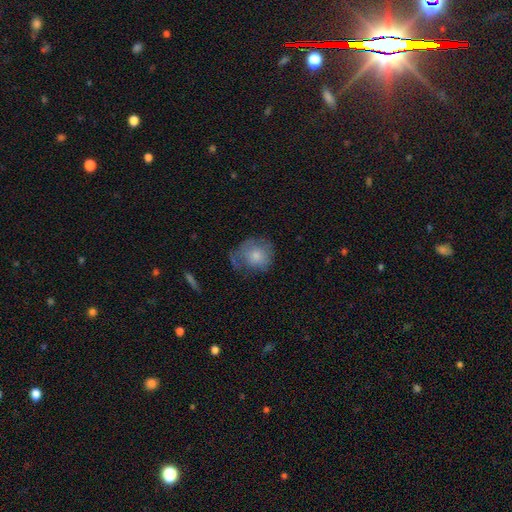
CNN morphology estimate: Smooth or featured?
  - smooth: 72% *
  - featured or disk: 20%
  - star or artifact: 8%
How rounded?
  - round: 74% *
  - in between: 24%
  - cigar-shaped: 1%
Merging?
  - none: 44% *
  - minor disturbance: 32%
  - major disturbance: 20%
  - merger: 4%